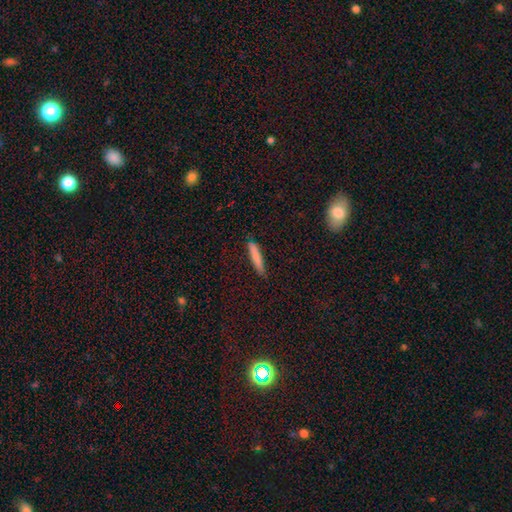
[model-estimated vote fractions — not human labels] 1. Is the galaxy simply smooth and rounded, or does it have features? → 81% smooth, 12% featured or disk, 7% star or artifact.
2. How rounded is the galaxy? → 92% cigar-shaped, 7% in between, 1% round.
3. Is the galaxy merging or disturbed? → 86% none, 10% minor disturbance, 2% major disturbance, 1% merger.